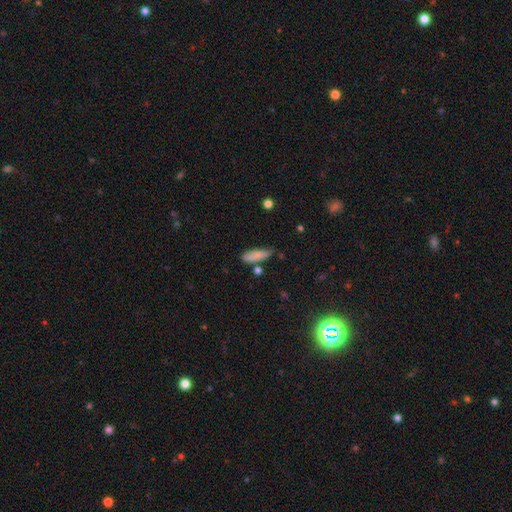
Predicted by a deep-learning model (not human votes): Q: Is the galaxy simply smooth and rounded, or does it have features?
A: smooth — 82%.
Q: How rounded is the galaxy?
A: cigar-shaped — 51%.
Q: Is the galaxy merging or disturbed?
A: none — 56%.